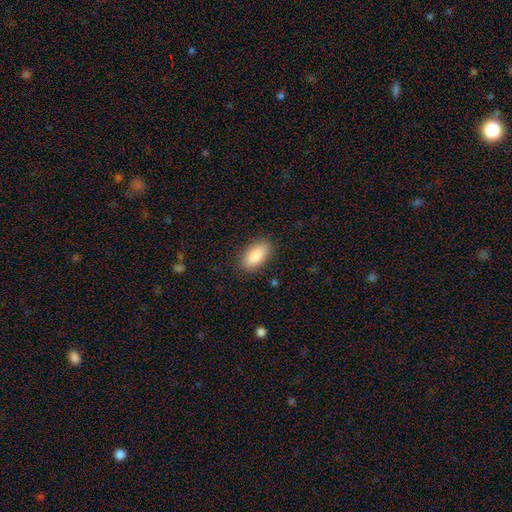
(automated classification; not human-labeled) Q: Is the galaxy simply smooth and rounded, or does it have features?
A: smooth — 88%.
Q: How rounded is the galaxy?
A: in between — 91%.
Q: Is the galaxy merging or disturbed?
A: none — 87%.